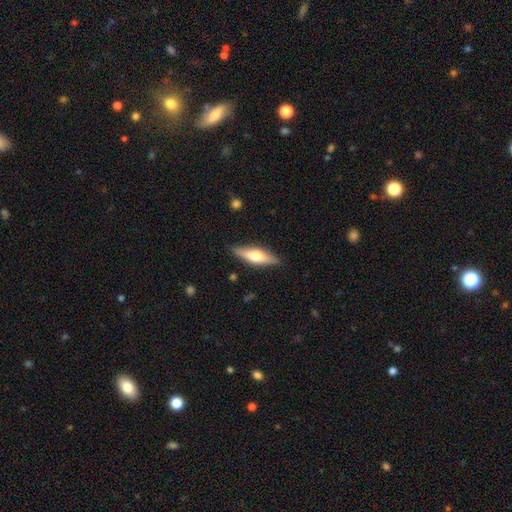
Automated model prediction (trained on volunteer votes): Overall: featured or disk (53%; smooth 42%). Edge-on disk: yes (93%). Merging: none (86%).